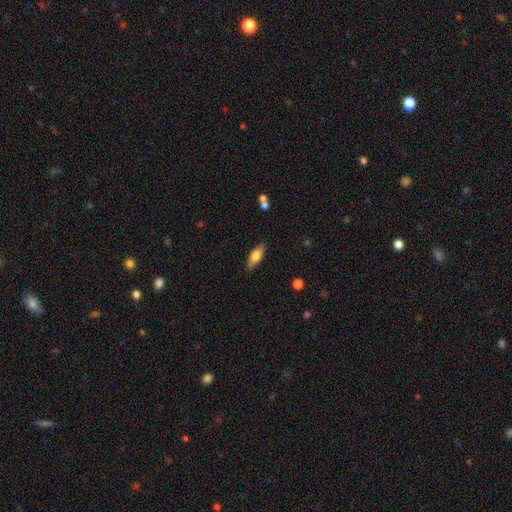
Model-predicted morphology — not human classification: smooth-or-featured: smooth: 70% | featured or disk: 23% | star or artifact: 6%
  how-rounded: in between: 68% | cigar-shaped: 30% | round: 2%
  merging: none: 85% | minor disturbance: 11% | major disturbance: 2% | merger: 2%